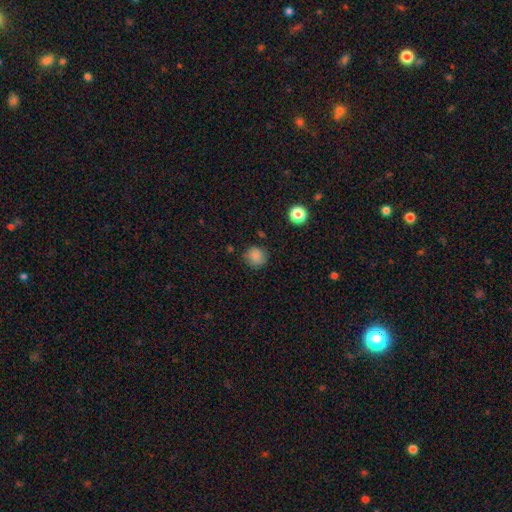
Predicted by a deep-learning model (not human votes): smooth 83%, star or artifact 11%, featured or disk 6%. Down the decision tree: how rounded — round (89%); merging — none (80%).